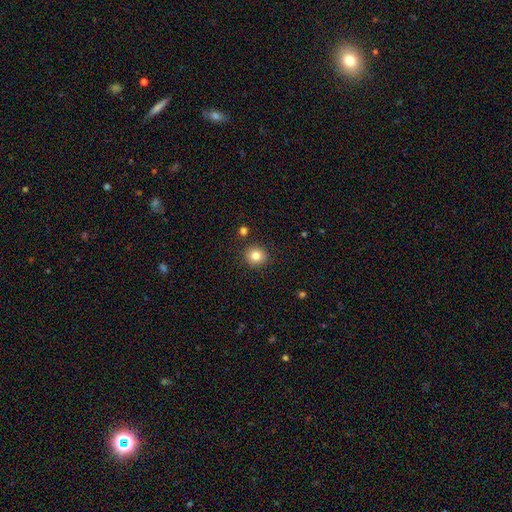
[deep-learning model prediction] This appears to be a smooth galaxy with no disk features (82%) that is round (90%). Merging: none (89%).